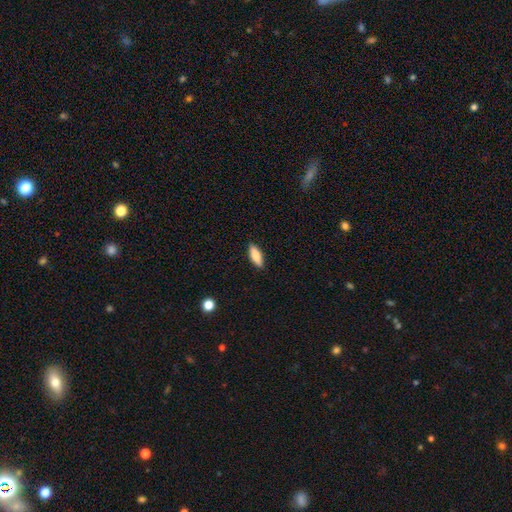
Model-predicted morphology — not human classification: Smooth or featured: smooth — 74% (featured or disk — 19%)
How rounded: in between — 55% (cigar-shaped — 43%)
Merging: none — 89% (minor disturbance — 9%)